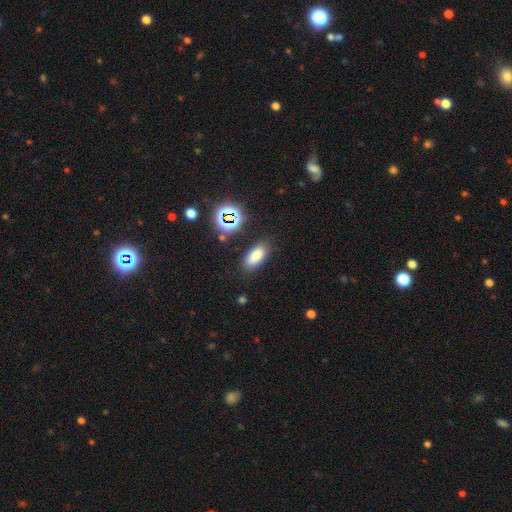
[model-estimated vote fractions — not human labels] Smooth or featured: smooth — 76% (star or artifact — 15%)
How rounded: in between — 86% (cigar-shaped — 9%)
Merging: none — 82% (minor disturbance — 11%)